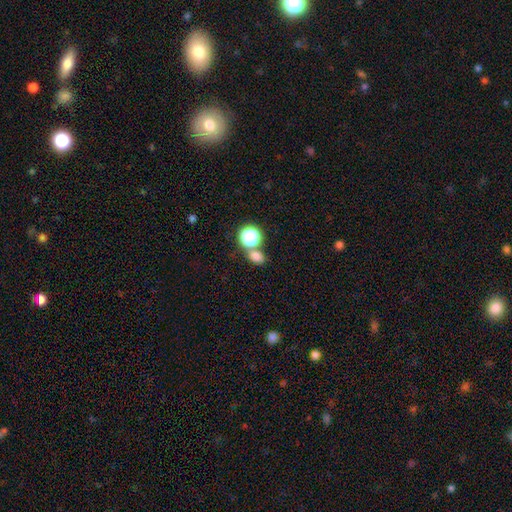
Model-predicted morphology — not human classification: A smooth galaxy with no disk features (75%) that is in between round and cigar-shaped (50%).

Vote fractions:
- Smooth or featured? smooth: 75% / star or artifact: 18% / featured or disk: 7%
- How rounded? in between: 50% / round: 49% / cigar-shaped: 1%
- Merging? none: 57% / merger: 31% / minor disturbance: 9% / major disturbance: 4%